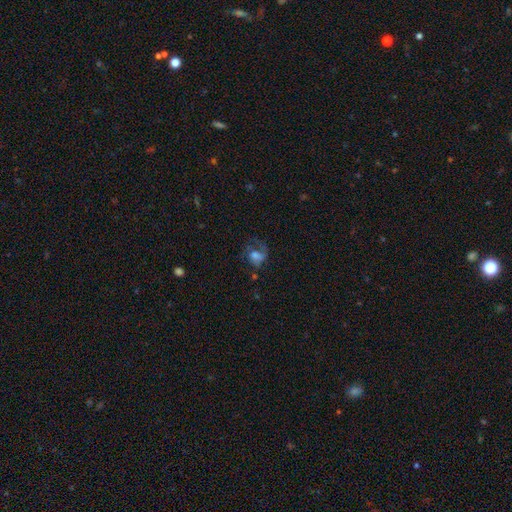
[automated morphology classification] type=smooth (46%); merging=major disturbance (44%).